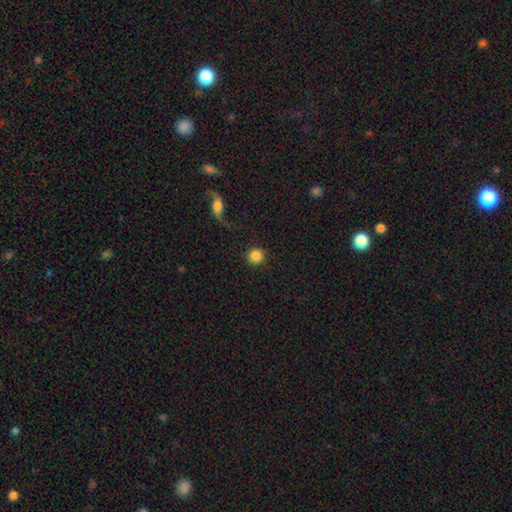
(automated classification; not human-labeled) This is clearly a smooth galaxy (85%). How rounded: clearly round (93%). Merging: clearly none (89%).